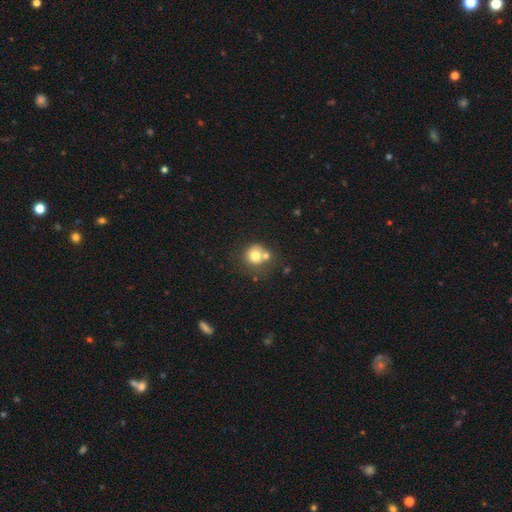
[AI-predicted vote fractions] Q: Smooth or featured?
A: smooth (73%); runner-up: featured or disk (17%)
Q: How rounded?
A: round (85%); runner-up: in between (15%)
Q: Merging?
A: none (43%); runner-up: merger (39%)